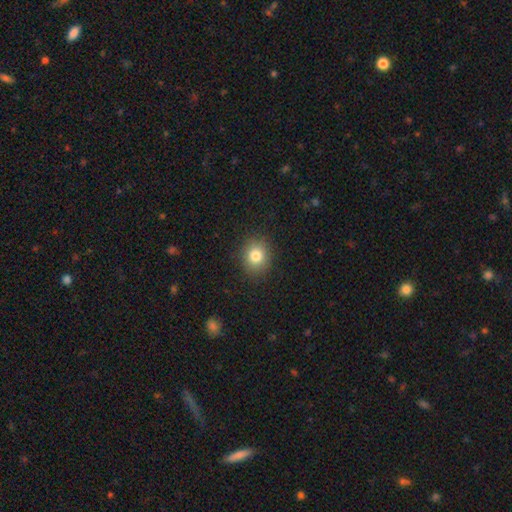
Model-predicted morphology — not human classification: Q: Smooth or featured?
A: smooth (81%); runner-up: star or artifact (11%)
Q: How rounded?
A: round (78%); runner-up: in between (21%)
Q: Merging?
A: none (89%); runner-up: minor disturbance (8%)